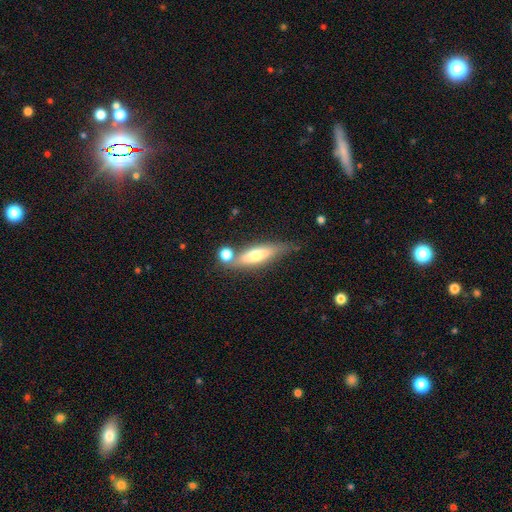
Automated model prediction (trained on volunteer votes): A smooth galaxy with no disk features (56%) that is cigar-shaped (62%).

Vote fractions:
- Smooth or featured? smooth: 56% / featured or disk: 37% / star or artifact: 7%
- How rounded? cigar-shaped: 62% / in between: 35% / round: 3%
- Merging? none: 56% / merger: 21% / minor disturbance: 17% / major disturbance: 6%